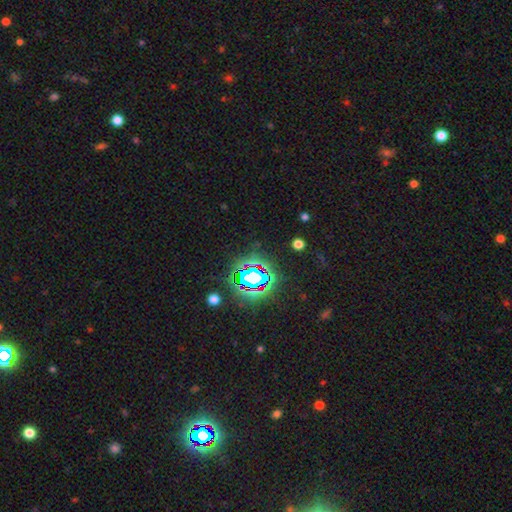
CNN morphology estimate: type=star or artifact (77%).